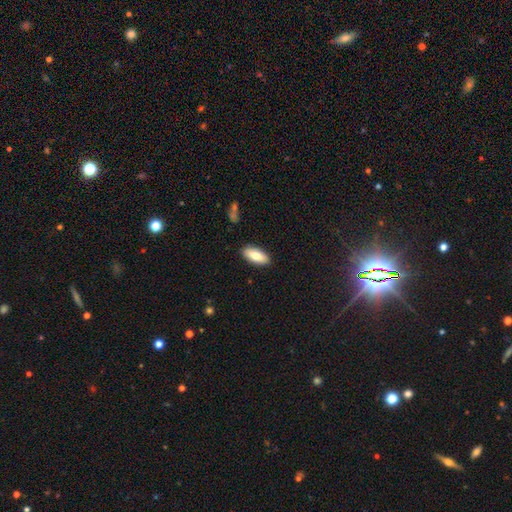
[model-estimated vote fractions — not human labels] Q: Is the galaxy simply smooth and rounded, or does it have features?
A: smooth — 79%.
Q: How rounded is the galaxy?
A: in between — 84%.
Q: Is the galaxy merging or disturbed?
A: none — 89%.